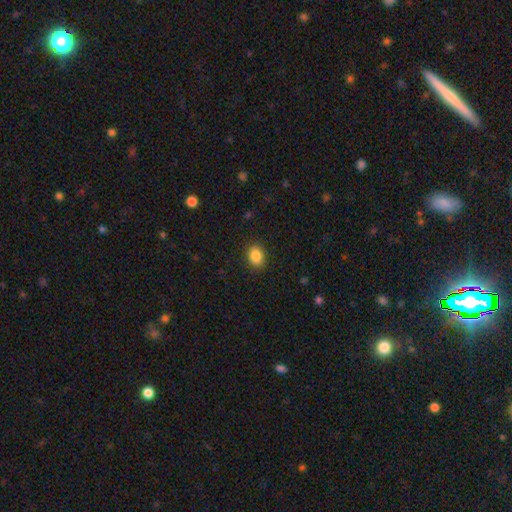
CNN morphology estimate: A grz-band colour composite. It shows a smooth galaxy with no disk features (87%) that is in between round and cigar-shaped (65%). Merging: none (89%).